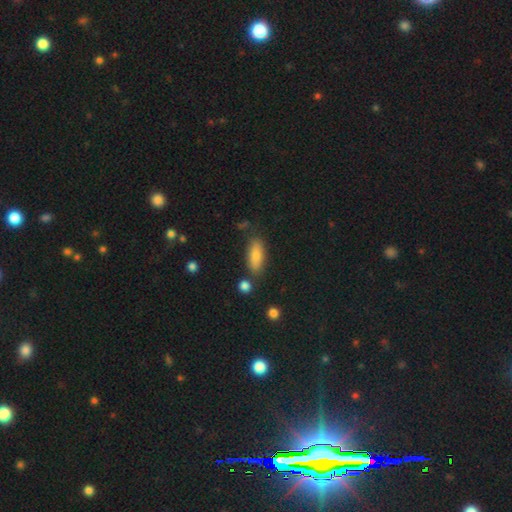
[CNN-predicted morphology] type=smooth (80%); roundness=in between (68%); merging=none (79%).